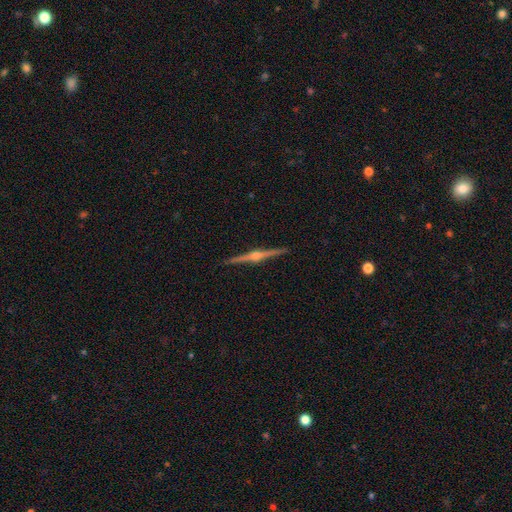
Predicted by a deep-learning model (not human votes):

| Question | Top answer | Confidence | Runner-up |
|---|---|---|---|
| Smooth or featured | featured or disk | 88% | smooth (7%) |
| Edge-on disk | yes | 99% | no (1%) |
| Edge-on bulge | rounded | 93% | boxy (5%) |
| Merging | none | 93% | minor disturbance (5%) |